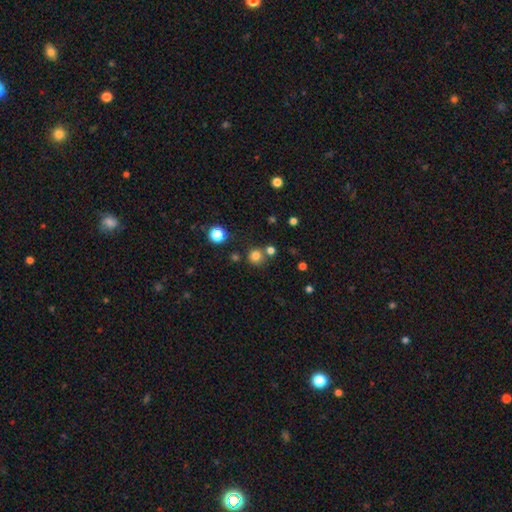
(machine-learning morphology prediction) smooth-or-featured: smooth: 79% | star or artifact: 16% | featured or disk: 6%
  how-rounded: round: 92% | in between: 7% | cigar-shaped: 1%
  merging: none: 75% | merger: 13% | minor disturbance: 9% | major disturbance: 3%